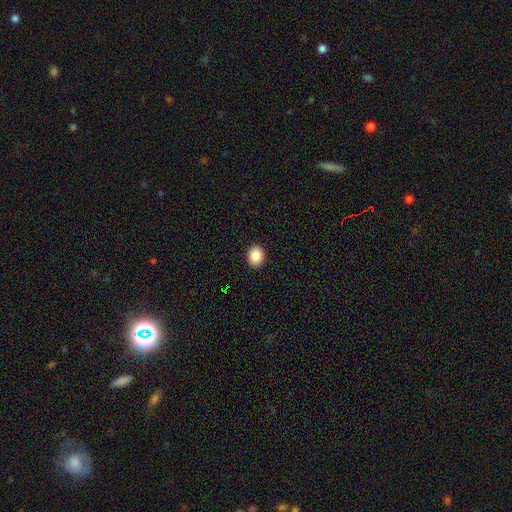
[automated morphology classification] smooth_or_featured: smooth (p=0.88) [alt: star or artifact p=0.08]
how_rounded: in between (p=0.50) [alt: round p=0.49]
merging: none (p=0.92) [alt: minor disturbance p=0.06]